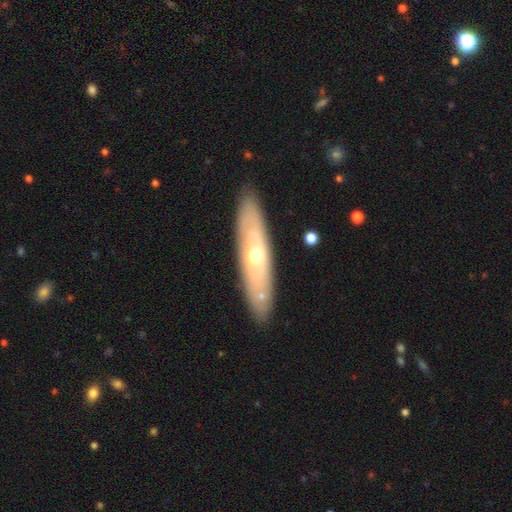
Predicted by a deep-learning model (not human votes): This is possibly a featured or disk galaxy (59%). It is possibly not viewed edge-on (54%). Merging: clearly none (86%).